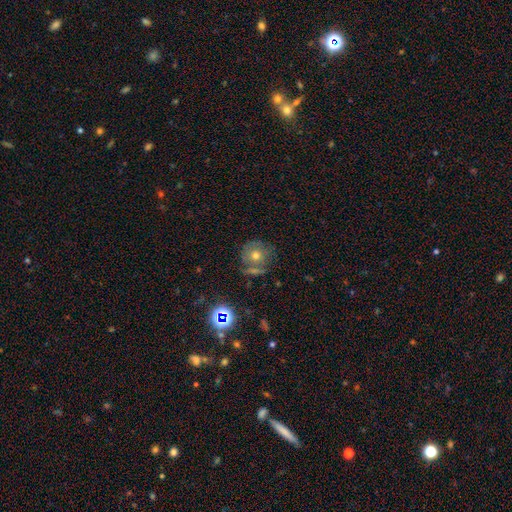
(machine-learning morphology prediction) smooth-or-featured: smooth: 45% | featured or disk: 33% | star or artifact: 22%
  merging: none: 66% | minor disturbance: 15% | merger: 12% | major disturbance: 6%